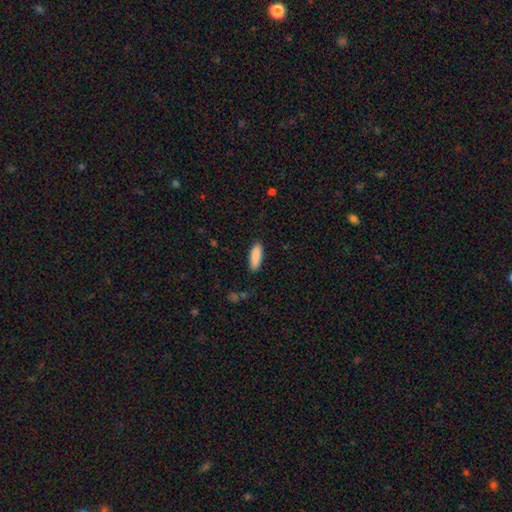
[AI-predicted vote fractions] smooth 89%, star or artifact 6%, featured or disk 5%. Down the decision tree: how rounded — in between (54%); merging — none (87%).